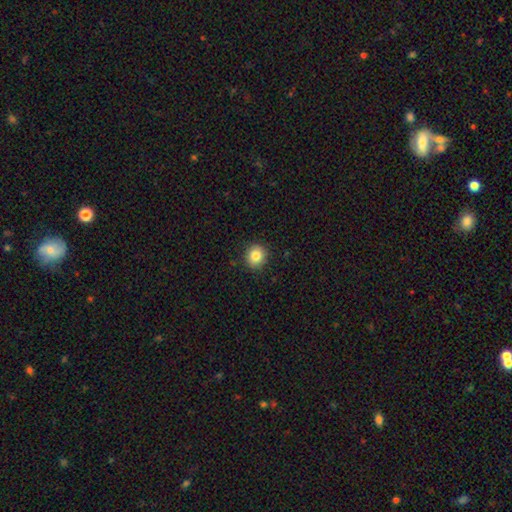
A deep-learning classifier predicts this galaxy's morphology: The model was most divided on "how rounded": round: 84%, in between: 15%, cigar-shaped: 1%. More confident: merging — none (90%); smooth or featured — smooth (84%).